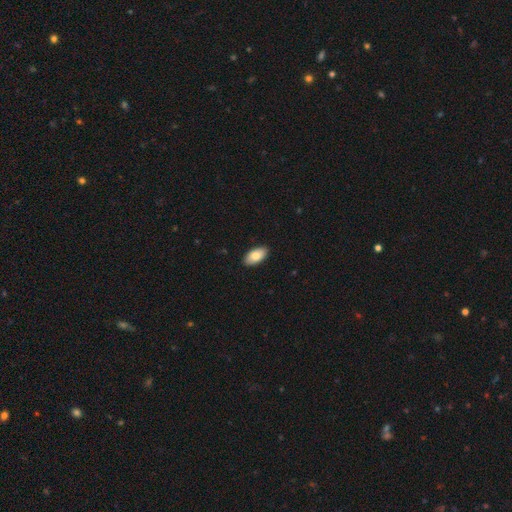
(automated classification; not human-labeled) Smooth or featured? smooth (82%)
How rounded? in between (94%)
Merging? none (89%)